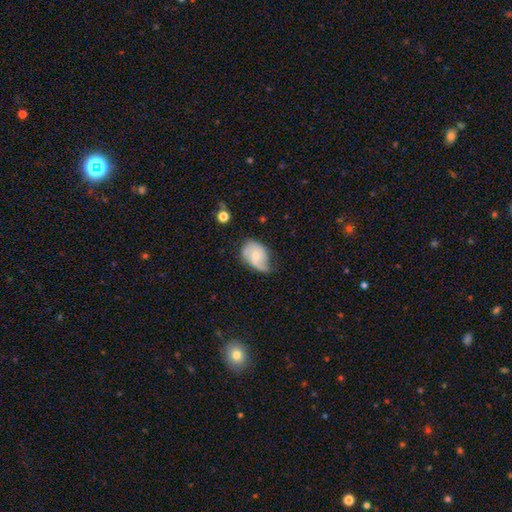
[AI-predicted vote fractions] featured or disk 53%, smooth 40%, star or artifact 7%. Down the decision tree: edge-on disk — no (97%); bar — no (67%); spiral arms — yes (79%); bulge size — small (58%); merging — minor disturbance (42%).